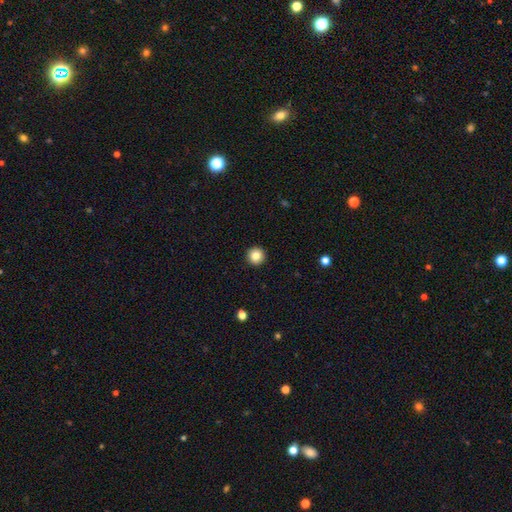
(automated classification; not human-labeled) Overall: smooth (84%). How rounded: round (96%). Merging: none (93%).